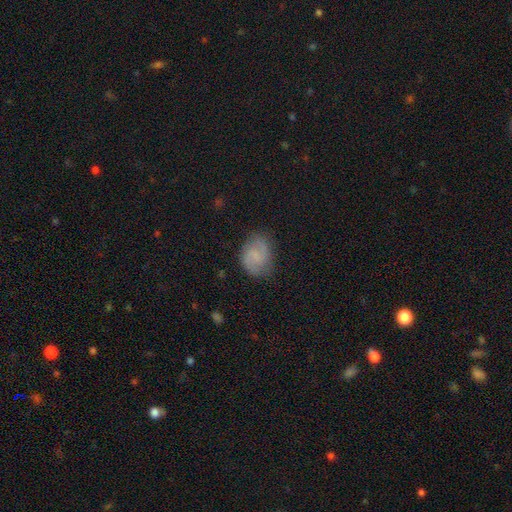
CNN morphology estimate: Smooth or featured: featured or disk — 50% (smooth — 42%)
Edge-on disk: no — 98% (yes — 2%)
Merging: none — 76% (minor disturbance — 17%)